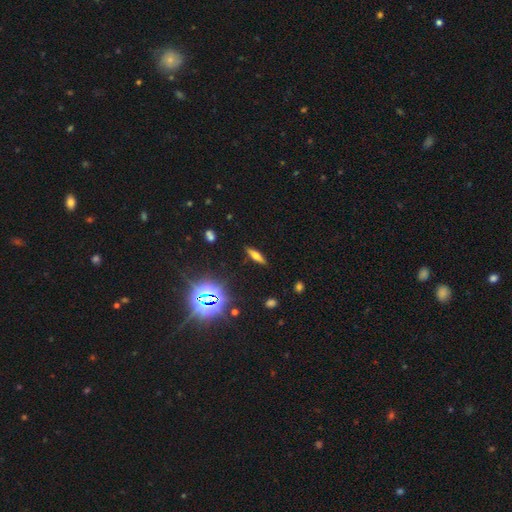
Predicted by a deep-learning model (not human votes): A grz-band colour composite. It shows a smooth galaxy with no disk features (42%). Merging: none (88%).